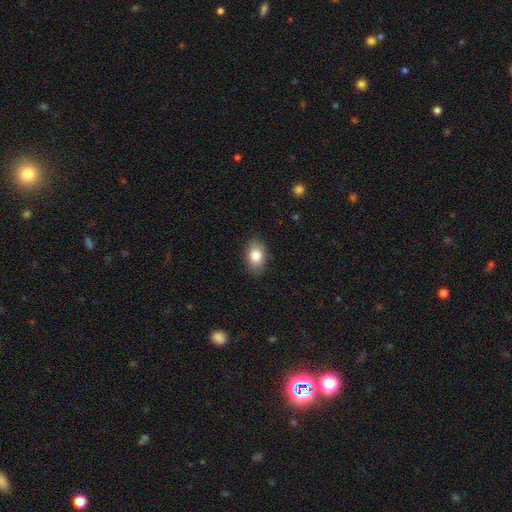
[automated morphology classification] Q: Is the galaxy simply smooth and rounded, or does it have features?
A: smooth — 84%.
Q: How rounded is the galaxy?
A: in between — 86%.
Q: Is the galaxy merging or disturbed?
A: none — 87%.